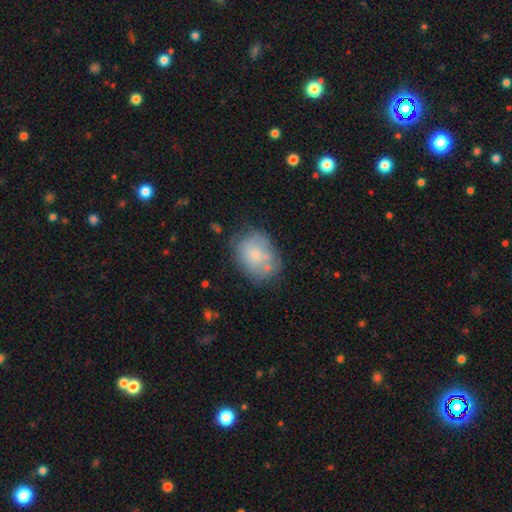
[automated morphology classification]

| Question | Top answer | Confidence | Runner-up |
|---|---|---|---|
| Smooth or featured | smooth | 64% | featured or disk (28%) |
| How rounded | in between | 60% | round (39%) |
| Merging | none | 49% | minor disturbance (26%) |